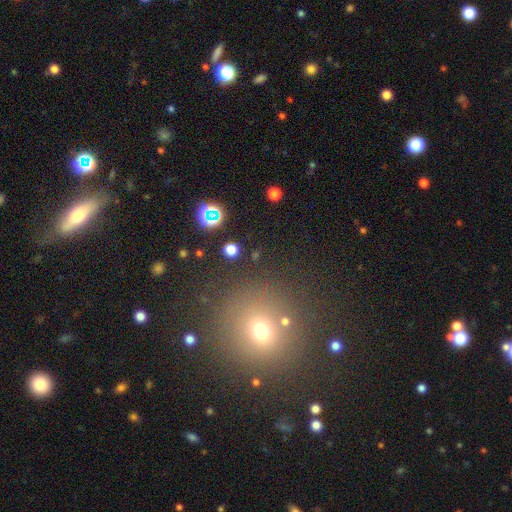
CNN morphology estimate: A smooth galaxy with no disk features (48%).

Vote fractions:
- Smooth or featured? smooth: 48% / star or artifact: 42% / featured or disk: 10%
- Merging? none: 83% / minor disturbance: 8% / major disturbance: 5% / merger: 4%